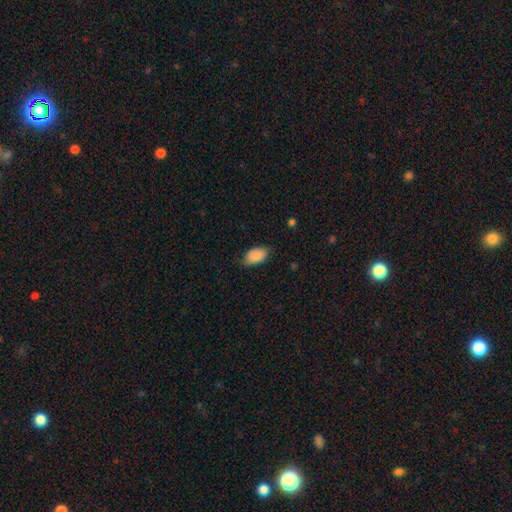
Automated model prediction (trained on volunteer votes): Smooth or featured? Predicted: smooth (p=0.90). How rounded? Predicted: in between (p=0.94). Merging? Predicted: none (p=0.79).